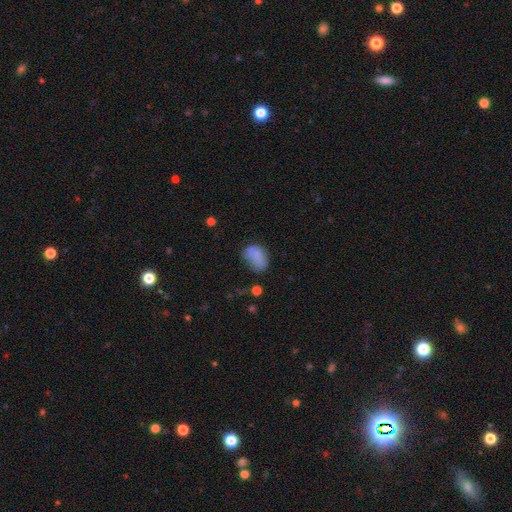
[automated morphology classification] Overall: smooth (76%). How rounded: in between (80%). Merging: none (42%; minor disturbance 29%).